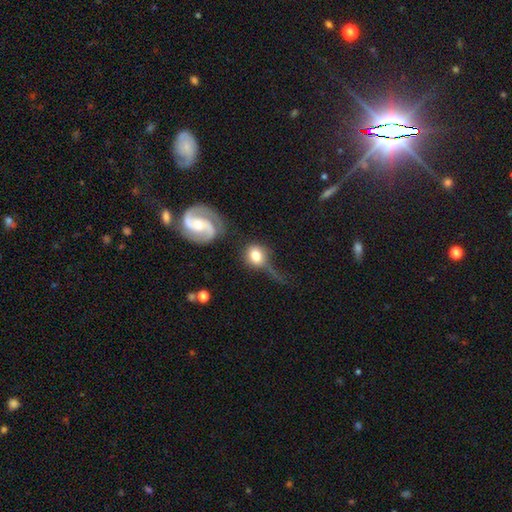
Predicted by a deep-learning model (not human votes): Smooth or featured: smooth — 66% (featured or disk — 26%)
How rounded: round — 70% (in between — 28%)
Merging: none — 42% (major disturbance — 20%)